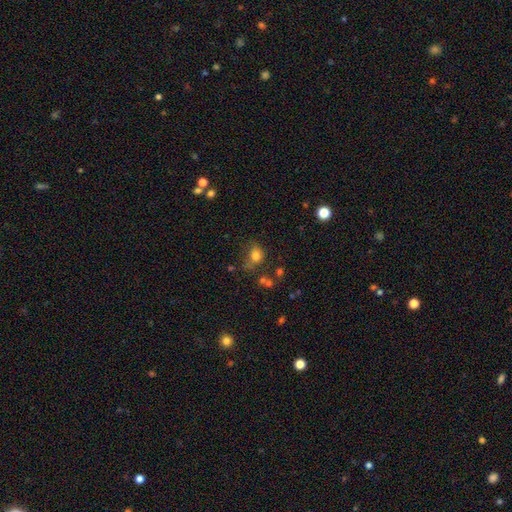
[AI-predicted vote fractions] Smooth or featured? smooth (77%)
How rounded? round (59%)
Merging? none (48%)